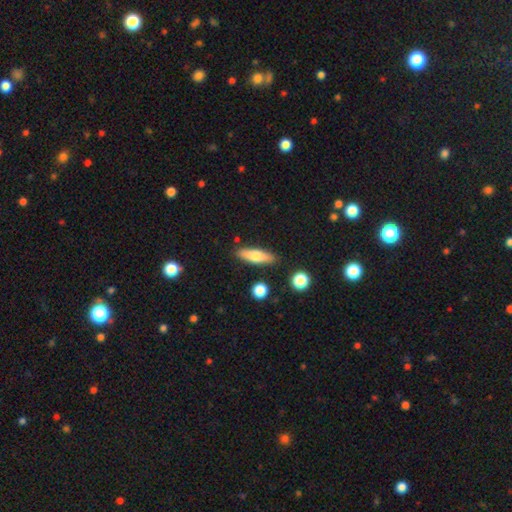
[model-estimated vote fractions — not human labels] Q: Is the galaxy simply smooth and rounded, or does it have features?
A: smooth — 68%.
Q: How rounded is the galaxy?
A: cigar-shaped — 56%.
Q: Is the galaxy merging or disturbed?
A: none — 84%.